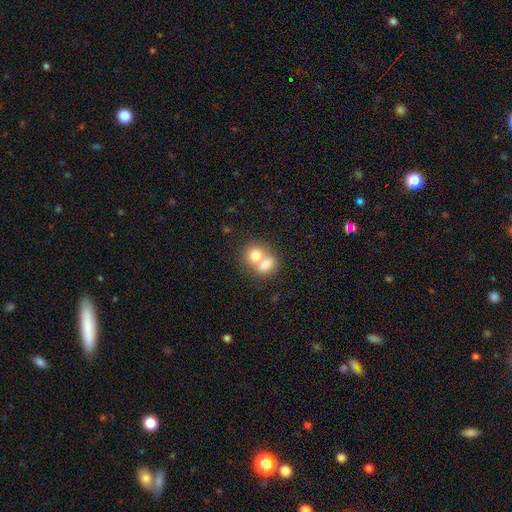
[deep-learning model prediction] Smooth or featured: smooth — 74% (featured or disk — 17%)
How rounded: round — 57% (in between — 42%)
Merging: merger — 68% (none — 23%)